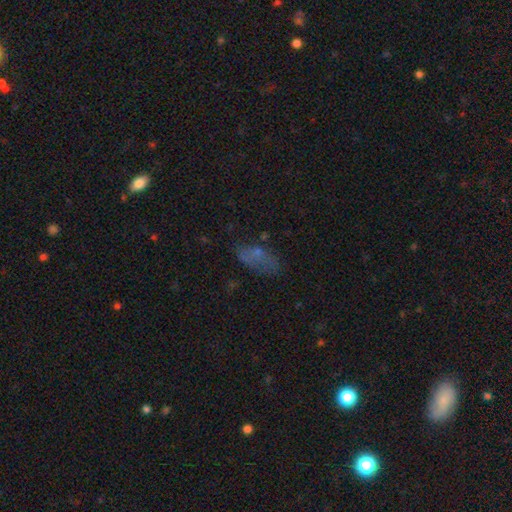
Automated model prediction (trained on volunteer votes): Smooth or featured: smooth — 59% (featured or disk — 23%)
How rounded: in between — 83% (cigar-shaped — 11%)
Merging: none — 52% (minor disturbance — 26%)